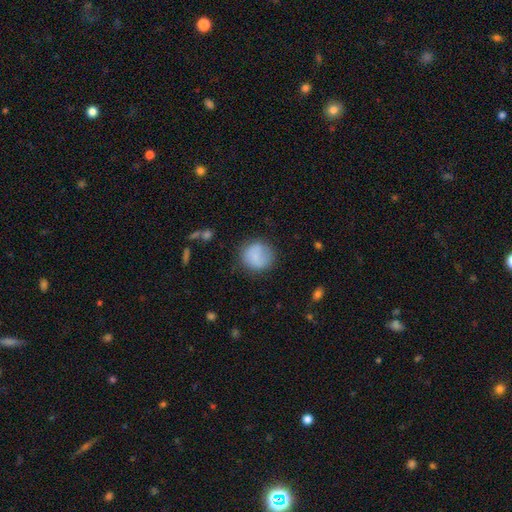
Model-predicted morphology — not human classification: A smooth galaxy with no disk features (80%) that is round (88%). Merging: none (69%).